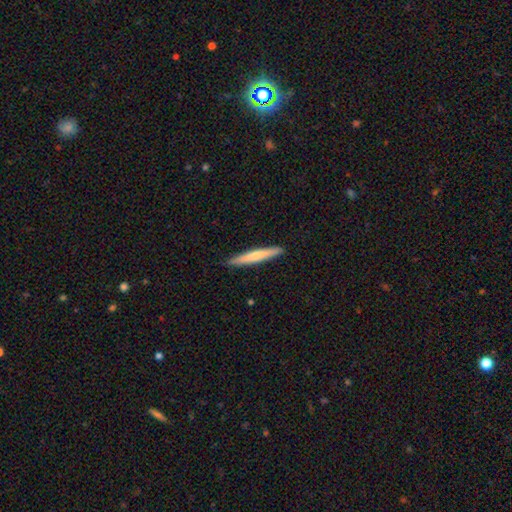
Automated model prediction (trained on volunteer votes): This appears to be a smooth galaxy with no disk features (61%) that is cigar-shaped (96%). Merging: none (91%).